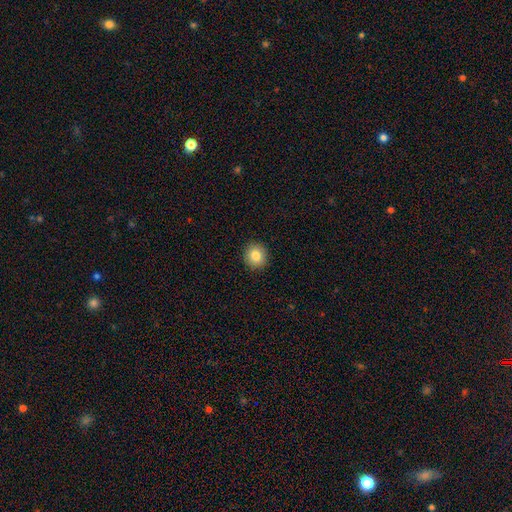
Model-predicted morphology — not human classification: Smooth or featured? Predicted: smooth (p=0.83). How rounded? Predicted: round (p=0.87). Merging? Predicted: none (p=0.92).